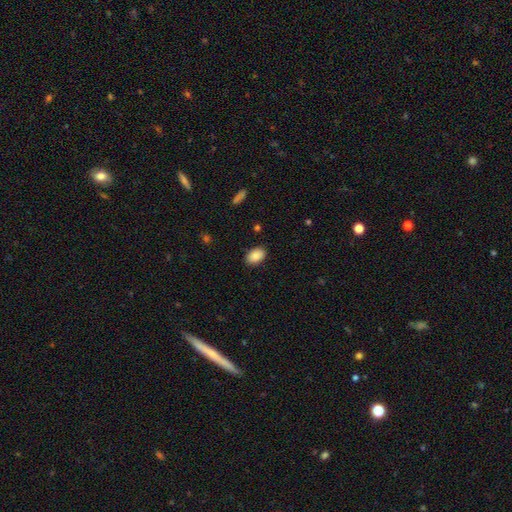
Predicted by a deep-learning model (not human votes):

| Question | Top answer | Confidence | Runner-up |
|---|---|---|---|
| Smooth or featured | smooth | 87% | star or artifact (7%) |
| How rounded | in between | 89% | round (10%) |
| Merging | none | 87% | minor disturbance (10%) |